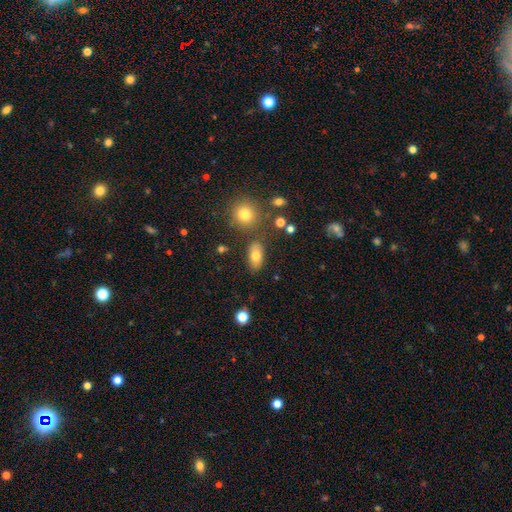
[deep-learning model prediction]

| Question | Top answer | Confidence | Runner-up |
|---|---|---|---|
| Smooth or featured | smooth | 75% | featured or disk (15%) |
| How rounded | in between | 87% | round (9%) |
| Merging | none | 79% | minor disturbance (11%) |